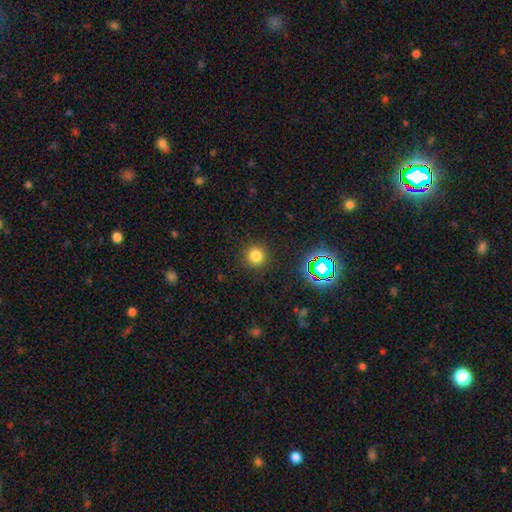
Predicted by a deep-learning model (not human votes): This appears to be a smooth galaxy with no disk features (76%) that is round (94%). Merging: none (90%).